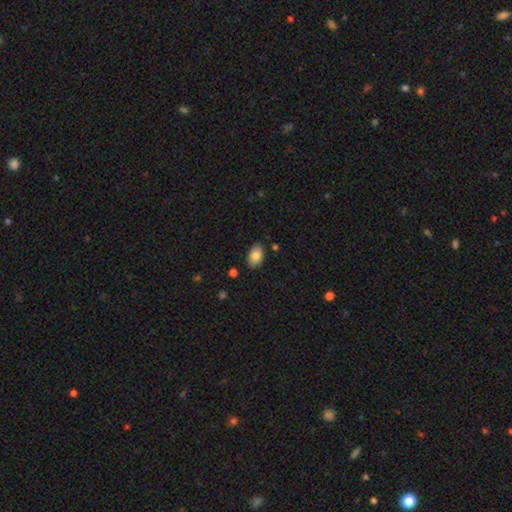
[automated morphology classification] This appears to be a smooth galaxy with no disk features (83%) that is in between round and cigar-shaped (92%). Merging: none (85%).